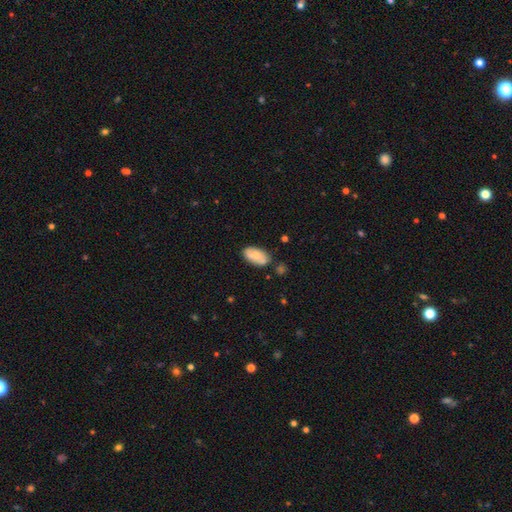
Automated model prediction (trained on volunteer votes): smooth 73%, featured or disk 20%, star or artifact 7%. Down the decision tree: how rounded — in between (94%); merging — none (73%).